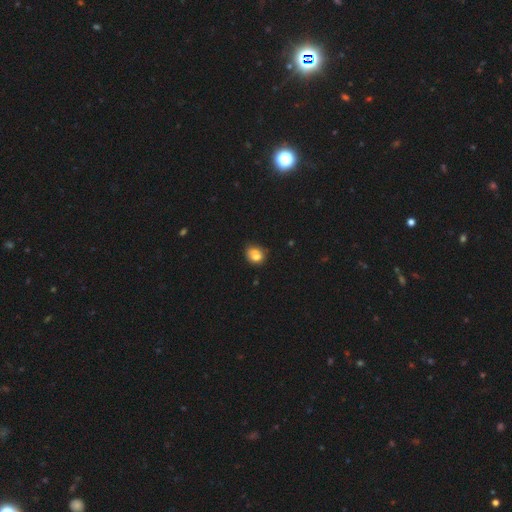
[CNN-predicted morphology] The model was most divided on "merging": none: 49%, minor disturbance: 27%, merger: 16%, major disturbance: 8%. More confident: smooth or featured — smooth (73%); how rounded — round (61%).